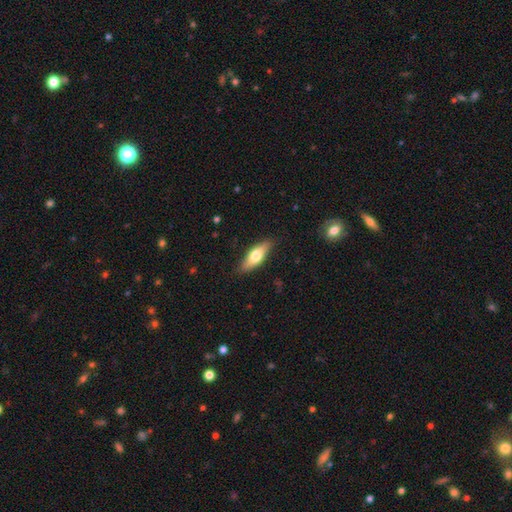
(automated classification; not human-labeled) Morphology: type=smooth (62%); roundness=in between (61%); merging=none (85%).